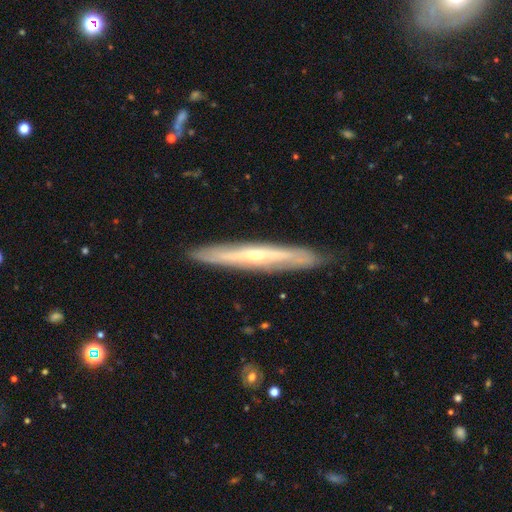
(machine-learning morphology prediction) smooth-or-featured: featured or disk: 74% | smooth: 20% | star or artifact: 6%
  disk-edge-on: yes: 86% | no: 14%
    edge-on-bulge: rounded: 76% | none: 22% | boxy: 2%
  merging: none: 88% | minor disturbance: 9% | major disturbance: 2% | merger: 1%